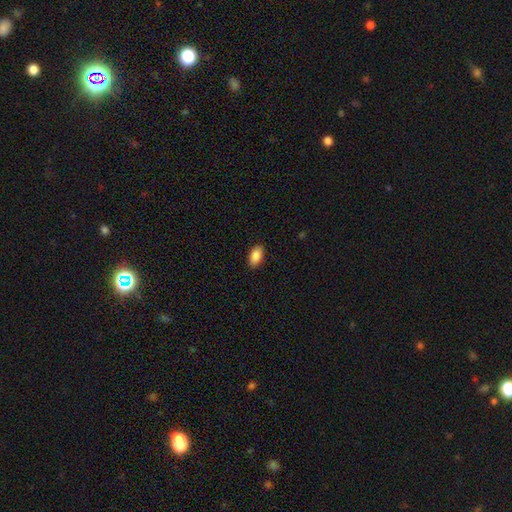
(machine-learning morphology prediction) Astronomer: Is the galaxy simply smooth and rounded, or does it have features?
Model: smooth — 88%.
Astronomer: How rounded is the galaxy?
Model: in between — 93%.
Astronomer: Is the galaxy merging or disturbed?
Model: none — 88%.